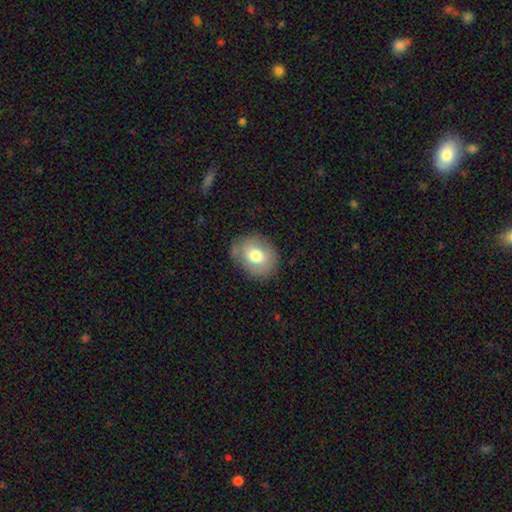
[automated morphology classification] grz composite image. It shows a smooth galaxy with no disk features (72%) that is in between round and cigar-shaped (52%). Merging: none (78%).